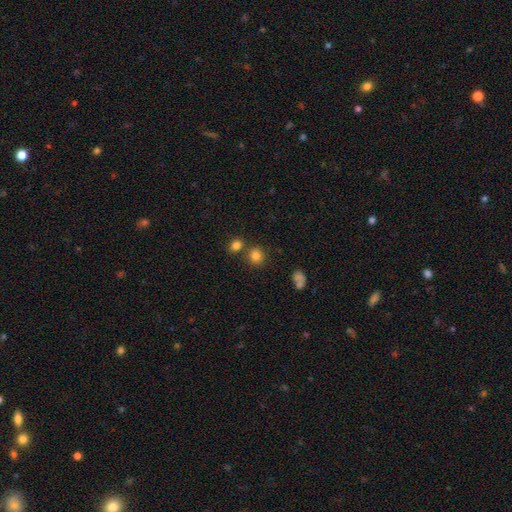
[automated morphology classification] Smooth or featured? Predicted: smooth (p=0.81). How rounded? Predicted: round (p=0.85). Merging? Predicted: none (p=0.72).